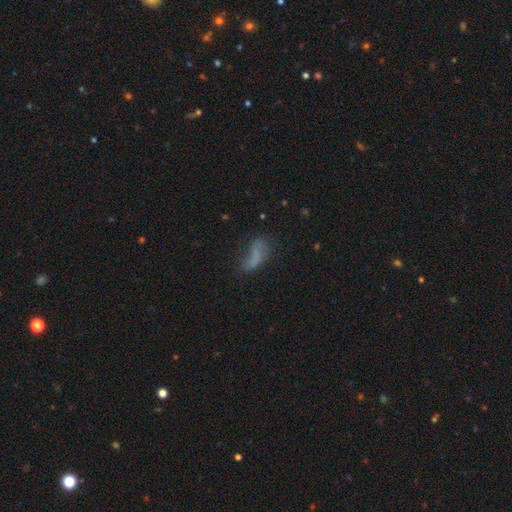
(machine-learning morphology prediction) Q: Smooth or featured?
A: smooth (55%); runner-up: featured or disk (31%)
Q: How rounded?
A: in between (70%); runner-up: cigar-shaped (26%)
Q: Merging?
A: none (44%); runner-up: minor disturbance (28%)